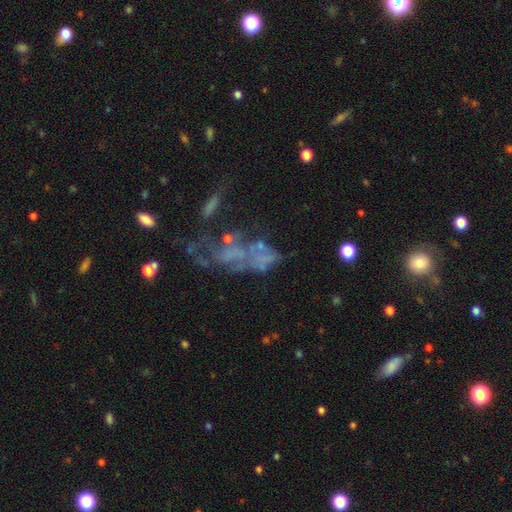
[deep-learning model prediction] This is possibly a featured or disk galaxy (55%). It is clearly not viewed edge-on (92%). Bar: clearly no (89%). Spiral arm pattern: clearly no (84%). Central bulge: likely none (77%). Merging: marginally major disturbance (37%).